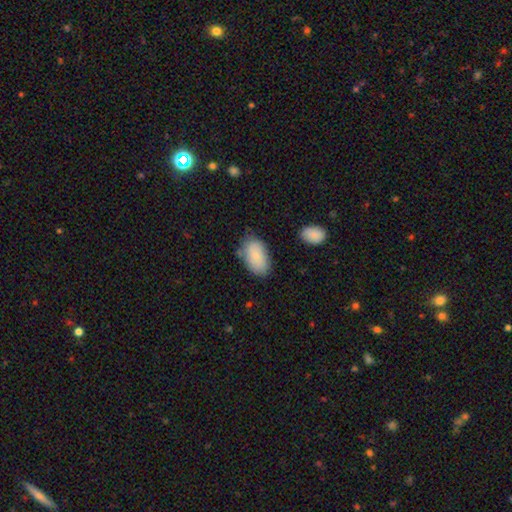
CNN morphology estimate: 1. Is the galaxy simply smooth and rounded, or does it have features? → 83% smooth, 10% featured or disk, 6% star or artifact.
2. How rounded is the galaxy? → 94% in between, 5% round, 2% cigar-shaped.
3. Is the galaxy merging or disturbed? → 71% none, 20% minor disturbance, 5% merger, 5% major disturbance.